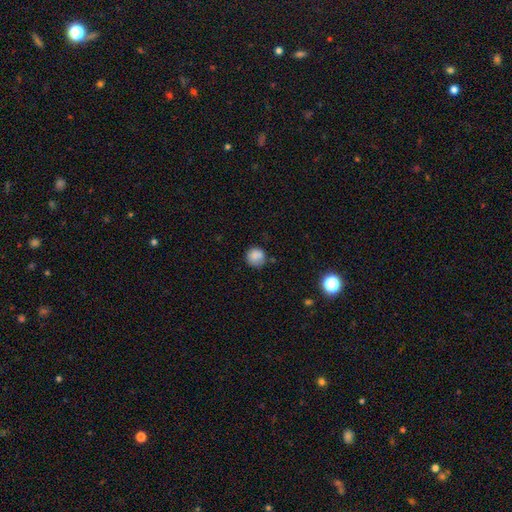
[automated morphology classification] smooth-or-featured: smooth: 82% | star or artifact: 10% | featured or disk: 7%
  how-rounded: round: 88% | in between: 11% | cigar-shaped: 1%
  merging: none: 68% | minor disturbance: 22% | major disturbance: 6% | merger: 4%